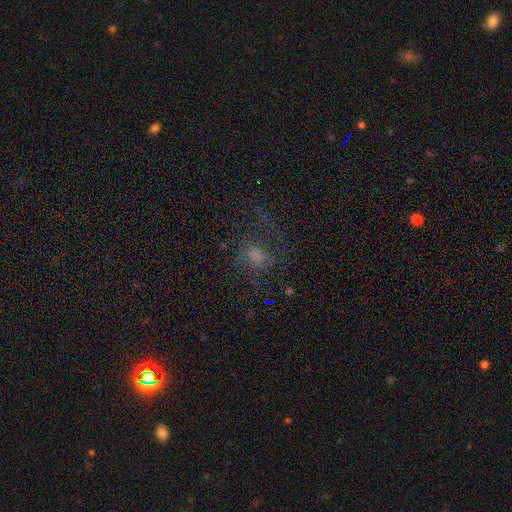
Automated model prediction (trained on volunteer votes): A smooth galaxy with no disk features (44%).

Vote fractions:
- Smooth or featured? smooth: 44% / featured or disk: 35% / star or artifact: 21%
- Merging? none: 46% / major disturbance: 34% / minor disturbance: 18% / merger: 2%